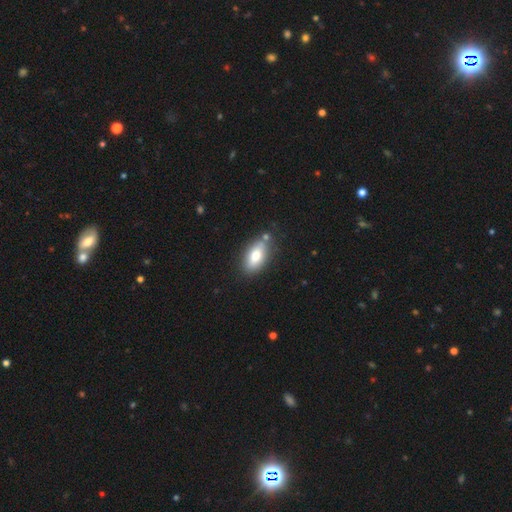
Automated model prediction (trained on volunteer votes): Smooth or featured: smooth — 74% (featured or disk — 19%)
How rounded: in between — 89% (cigar-shaped — 7%)
Merging: none — 75% (minor disturbance — 14%)